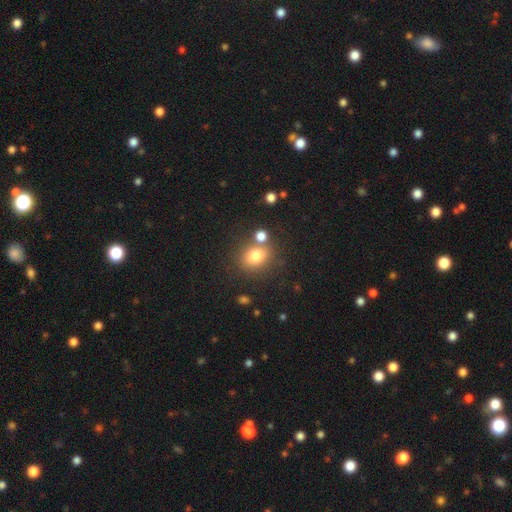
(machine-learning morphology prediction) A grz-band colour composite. It shows a smooth galaxy with no disk features (78%) that is round (57%). Merging: none (66%).